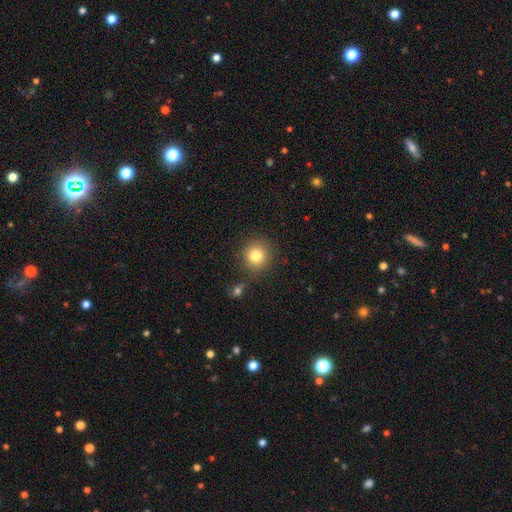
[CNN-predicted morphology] This is clearly a smooth galaxy (80%). How rounded: clearly round (92%). Merging: clearly none (82%).